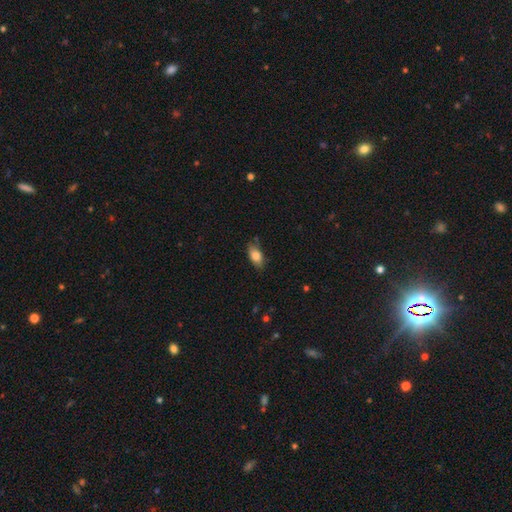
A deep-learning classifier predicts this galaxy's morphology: Smooth or featured: smooth — 82% (featured or disk — 11%)
How rounded: in between — 88% (cigar-shaped — 7%)
Merging: none — 75% (minor disturbance — 20%)